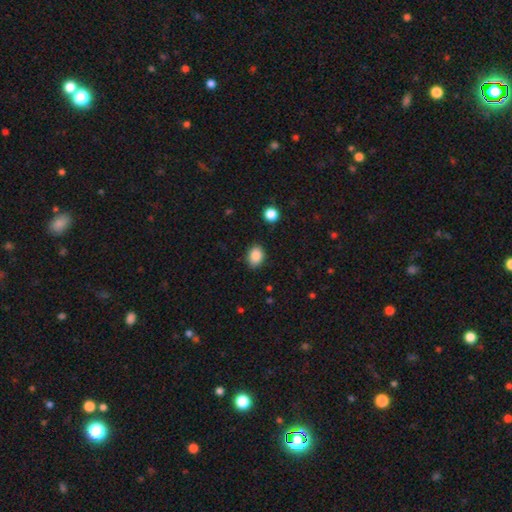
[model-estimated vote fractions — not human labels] smooth_or_featured: smooth (p=0.87) [alt: star or artifact p=0.09]
how_rounded: in between (p=0.73) [alt: round p=0.26]
merging: none (p=0.85) [alt: minor disturbance p=0.11]